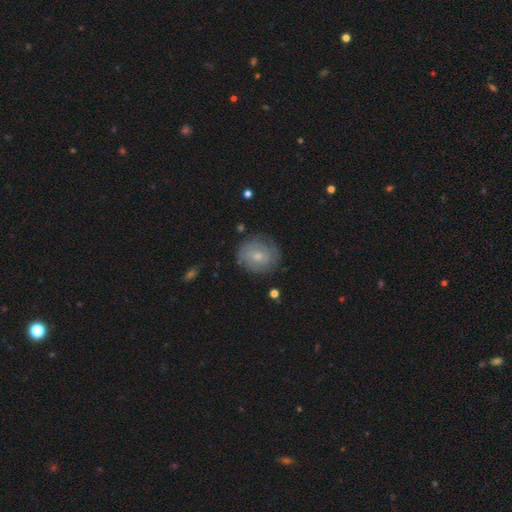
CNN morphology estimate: Overall: smooth (58%; featured or disk 34%). How rounded: round (69%; in between 30%). Merging: none (76%).